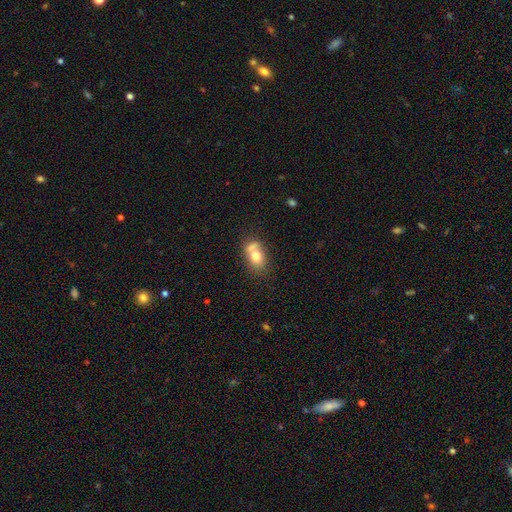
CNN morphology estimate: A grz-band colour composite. It shows a smooth galaxy with no disk features (72%) that is in between round and cigar-shaped (67%). Merging: merger (41%).